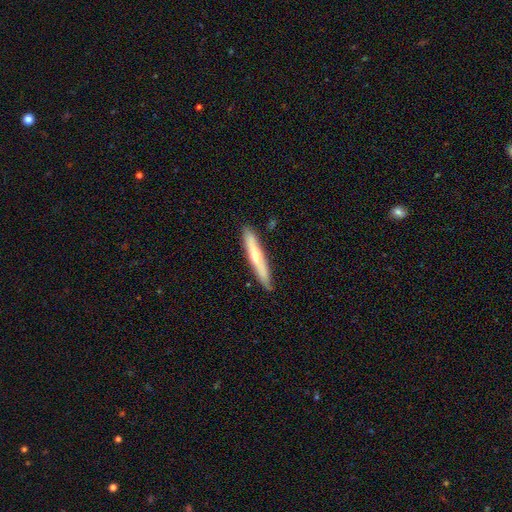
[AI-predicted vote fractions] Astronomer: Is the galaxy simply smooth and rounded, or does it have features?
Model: smooth — 51% (runner-up: featured or disk, 43%).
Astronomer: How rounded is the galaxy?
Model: cigar-shaped — 93%.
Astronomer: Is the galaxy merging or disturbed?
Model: none — 86%.